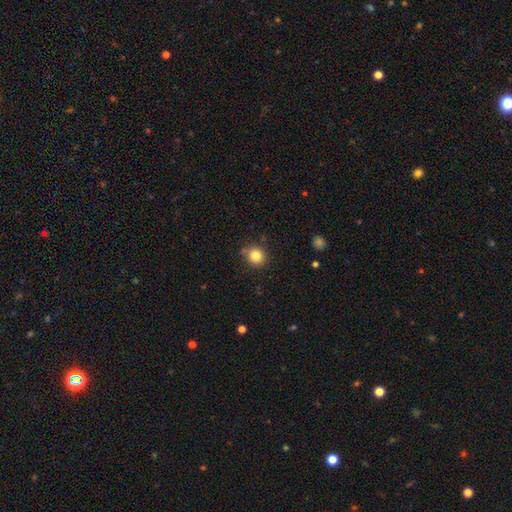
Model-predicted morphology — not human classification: Smooth or featured? smooth (83%)
How rounded? round (88%)
Merging? none (81%)